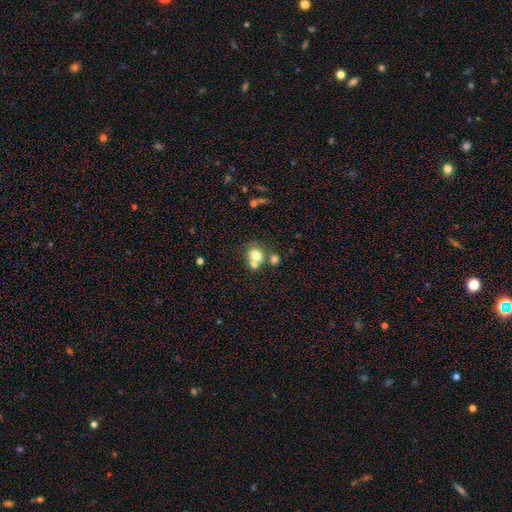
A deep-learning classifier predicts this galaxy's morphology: smooth 72%, featured or disk 16%, star or artifact 12%. Down the decision tree: how rounded — round (73%); merging — merger (46%).